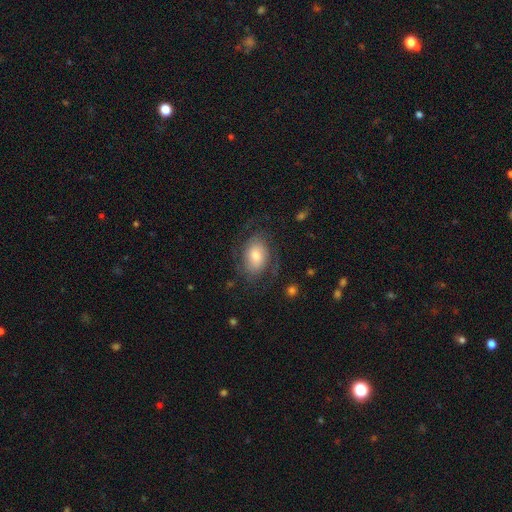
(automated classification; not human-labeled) featured or disk 47%, smooth 45%, star or artifact 8%. Down the decision tree: merging — none (64%).